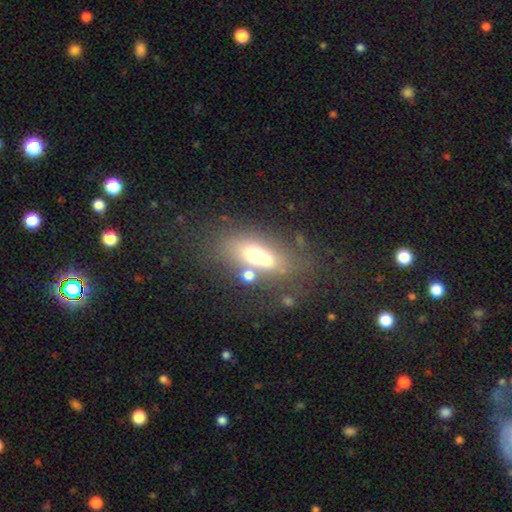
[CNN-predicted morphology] smooth 53%, featured or disk 33%, star or artifact 14%. Down the decision tree: how rounded — in between (72%); merging — merger (45%).